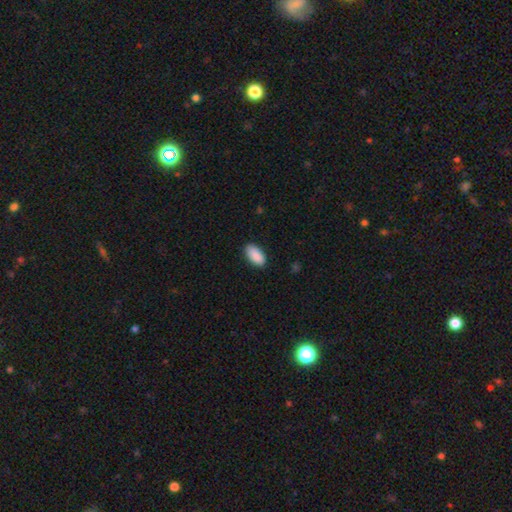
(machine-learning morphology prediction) Smooth or featured?
  - smooth: 90% *
  - star or artifact: 6%
  - featured or disk: 4%
How rounded?
  - in between: 93% *
  - cigar-shaped: 4%
  - round: 2%
Merging?
  - none: 85% *
  - minor disturbance: 12%
  - major disturbance: 2%
  - merger: 1%